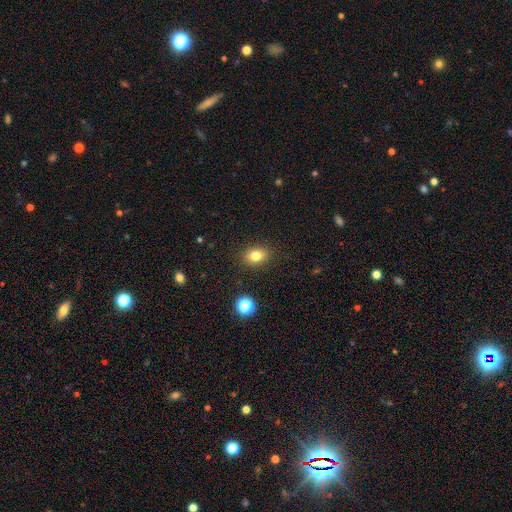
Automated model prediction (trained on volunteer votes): A smooth galaxy with no disk features (80%) that is in between round and cigar-shaped (64%).

Vote fractions:
- Smooth or featured? smooth: 80% / star or artifact: 12% / featured or disk: 8%
- How rounded? in between: 64% / round: 34% / cigar-shaped: 1%
- Merging? none: 88% / minor disturbance: 8% / major disturbance: 3% / merger: 1%